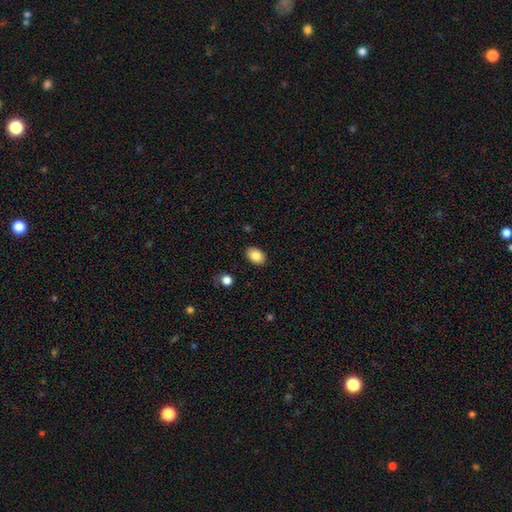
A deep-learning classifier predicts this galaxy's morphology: smooth-or-featured: smooth: 85% | star or artifact: 8% | featured or disk: 7%
  how-rounded: in between: 82% | round: 17% | cigar-shaped: 1%
  merging: none: 88% | minor disturbance: 8% | major disturbance: 2% | merger: 1%